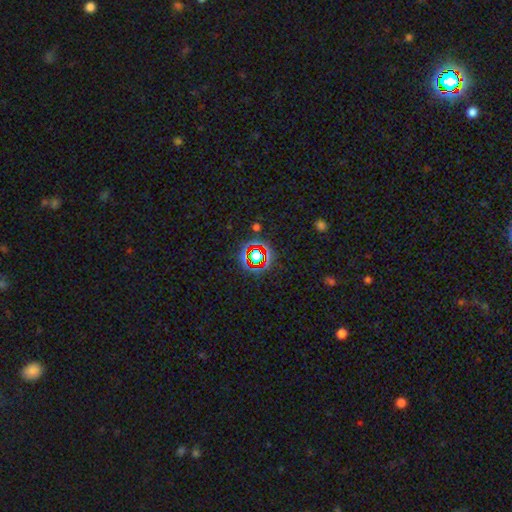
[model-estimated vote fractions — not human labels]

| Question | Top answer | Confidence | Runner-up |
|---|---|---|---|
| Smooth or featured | star or artifact | 70% | smooth (18%) |